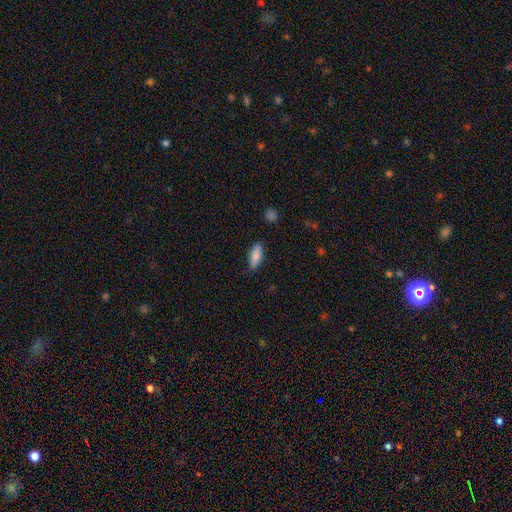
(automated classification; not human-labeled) A smooth galaxy with no disk features (80%) that is in between round and cigar-shaped (74%). Merging: none (80%).